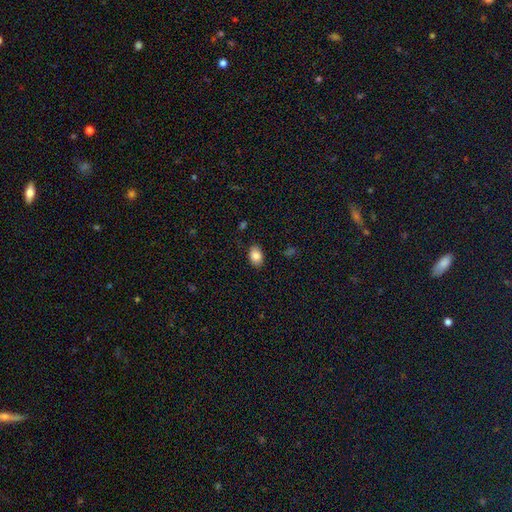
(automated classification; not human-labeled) smooth_or_featured: smooth (p=0.86) [alt: star or artifact p=0.08]
how_rounded: in between (p=0.81) [alt: round p=0.18]
merging: none (p=0.86) [alt: minor disturbance p=0.11]